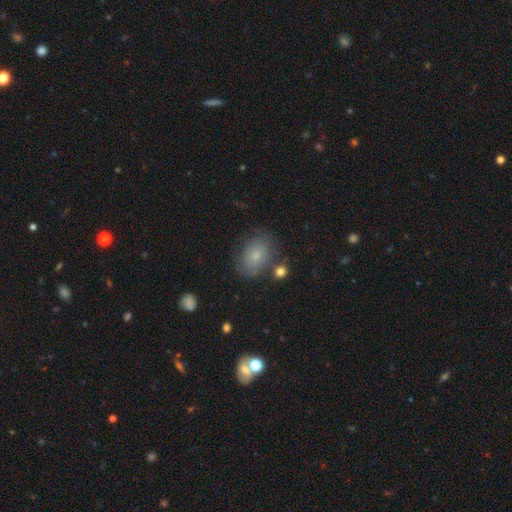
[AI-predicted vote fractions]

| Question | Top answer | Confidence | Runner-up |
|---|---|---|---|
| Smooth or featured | smooth | 69% | featured or disk (21%) |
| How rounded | in between | 77% | round (22%) |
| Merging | none | 68% | minor disturbance (20%) |